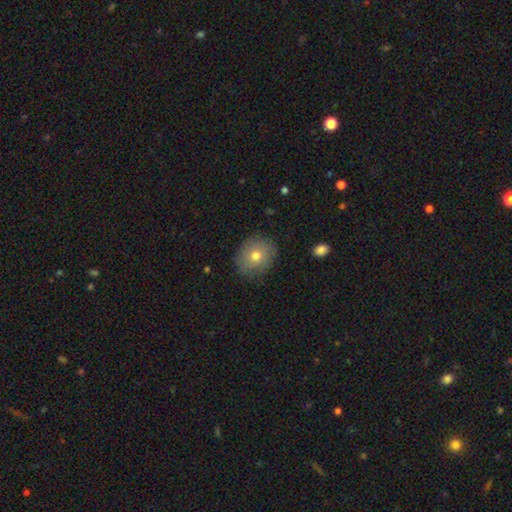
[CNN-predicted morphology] This appears to be a smooth galaxy with no disk features (73%) that is round (69%). Merging: none (83%).